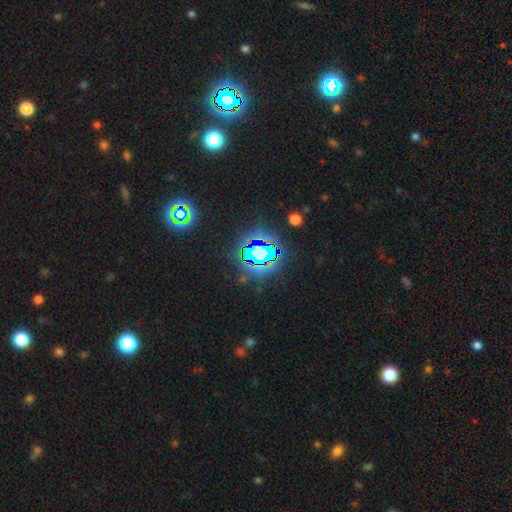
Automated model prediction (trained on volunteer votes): star or artifact 74%, smooth 13%, featured or disk 13%.